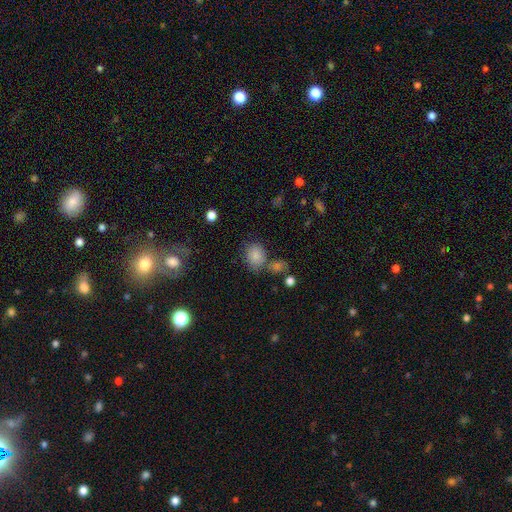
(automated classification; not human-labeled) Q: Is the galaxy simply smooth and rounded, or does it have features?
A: smooth — 83%.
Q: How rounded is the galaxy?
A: round — 56%.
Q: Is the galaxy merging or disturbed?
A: none — 61%.